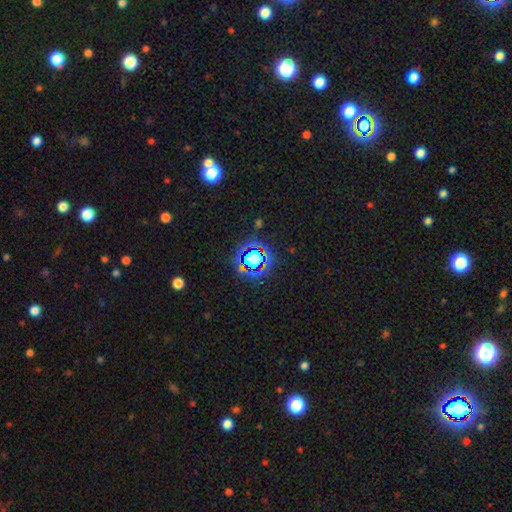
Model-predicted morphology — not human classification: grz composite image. It shows a star or artifact, not a galaxy (68%).